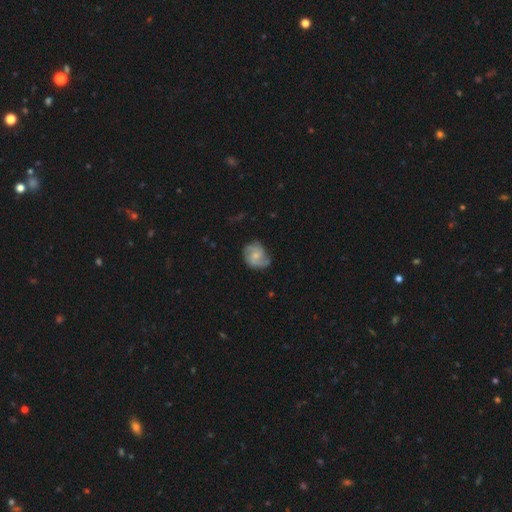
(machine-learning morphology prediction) smooth_or_featured: featured or disk (p=0.68) [alt: smooth p=0.26]
disk_edge_on: no (p=0.98) [alt: yes p=0.02]
bar: no (p=0.64) [alt: weak p=0.32]
has_spiral_arms: yes (p=0.92) [alt: no p=0.08]
spiral_winding: medium (p=0.47) [alt: tight p=0.30]
spiral_arm_count: 2 (p=0.55) [alt: 3 p=0.22]
bulge_size: small (p=0.55) [alt: moderate p=0.36]
merging: none (p=0.63) [alt: minor disturbance p=0.26]